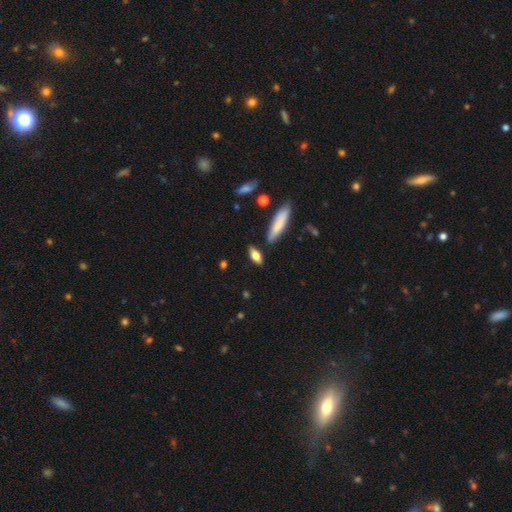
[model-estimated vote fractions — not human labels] Morphology: type=smooth (75%); roundness=in between (69%); merging=none (79%).